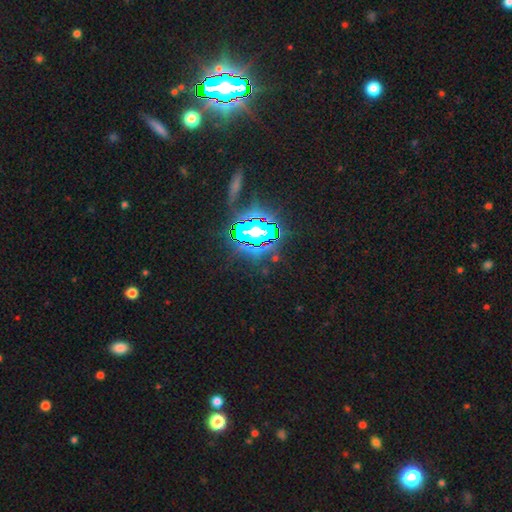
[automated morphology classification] smooth-or-featured: star or artifact: 78% | smooth: 12% | featured or disk: 11%